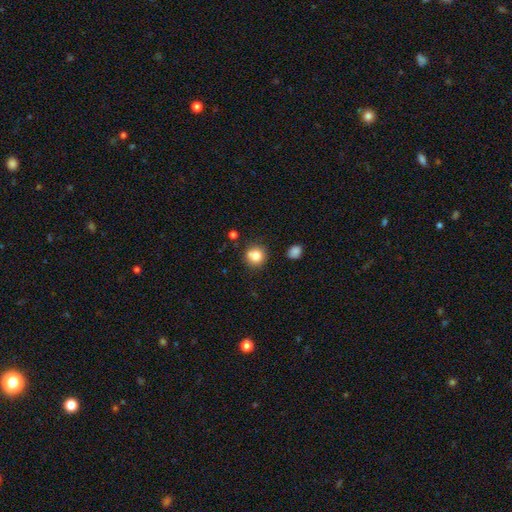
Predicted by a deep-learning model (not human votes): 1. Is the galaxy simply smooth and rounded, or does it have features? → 80% smooth, 11% star or artifact, 9% featured or disk.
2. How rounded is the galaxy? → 89% round, 10% in between, 1% cigar-shaped.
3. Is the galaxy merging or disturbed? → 75% none, 13% minor disturbance, 9% merger, 3% major disturbance.